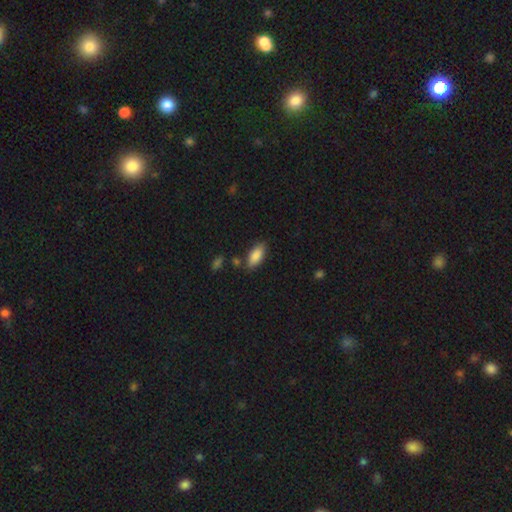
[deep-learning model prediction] The model was most divided on "merging": none: 80%, minor disturbance: 13%, merger: 4%, major disturbance: 3%. More confident: how rounded — in between (87%); smooth or featured — smooth (86%).